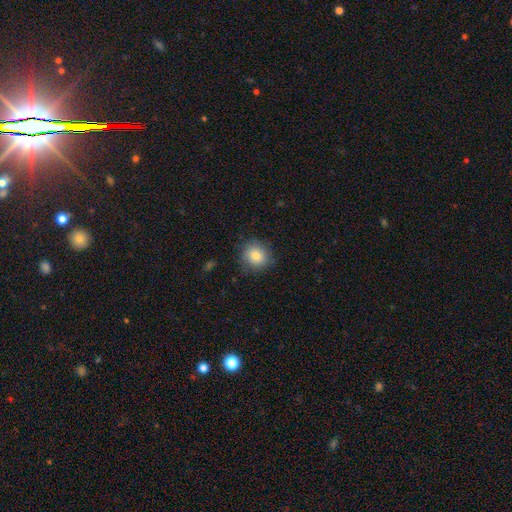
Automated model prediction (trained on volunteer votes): Q: Smooth or featured?
A: smooth (83%); runner-up: star or artifact (10%)
Q: How rounded?
A: round (86%); runner-up: in between (13%)
Q: Merging?
A: none (84%); runner-up: minor disturbance (12%)